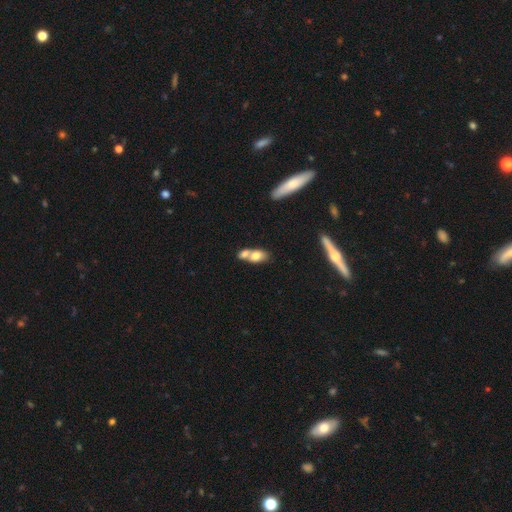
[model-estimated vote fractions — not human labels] Overall: smooth (72%). How rounded: in between (80%). Merging: merger (65%).